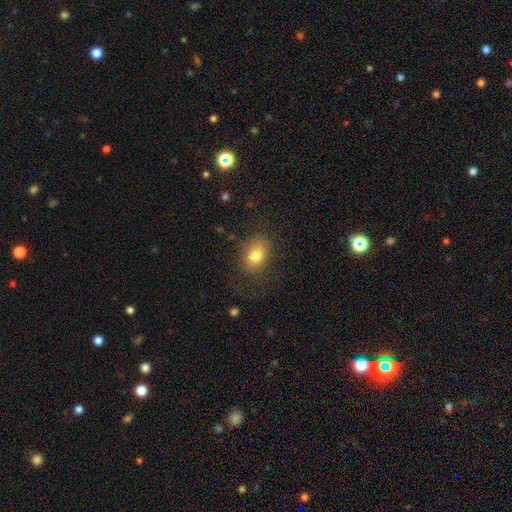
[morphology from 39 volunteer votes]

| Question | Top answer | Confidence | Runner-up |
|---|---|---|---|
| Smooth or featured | smooth | 79% | featured or disk (10%) |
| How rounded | in between | 77% | round (23%) |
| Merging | none | 69% | minor disturbance (23%) |